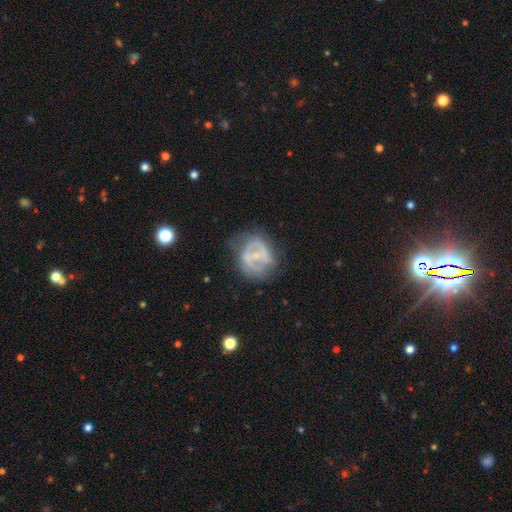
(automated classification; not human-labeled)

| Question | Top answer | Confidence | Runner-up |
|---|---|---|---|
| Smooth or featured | featured or disk | 68% | smooth (24%) |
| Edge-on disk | no | 97% | yes (3%) |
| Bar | weak | 42% | no (36%) |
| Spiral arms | yes | 55% | no (45%) |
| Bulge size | small | 55% | moderate (24%) |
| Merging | none | 54% | minor disturbance (25%) |